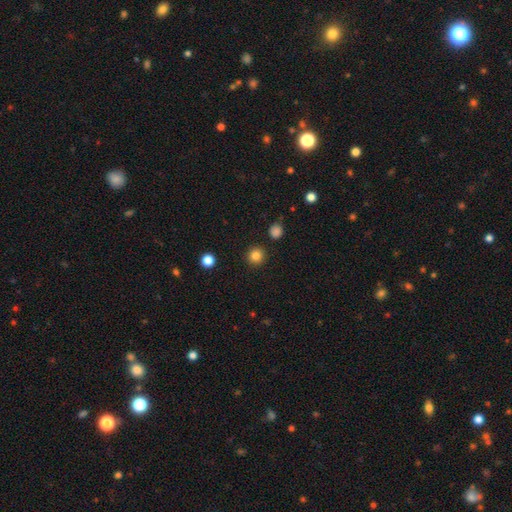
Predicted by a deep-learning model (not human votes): This is clearly a smooth galaxy (84%). How rounded: clearly round (94%). Merging: clearly none (91%).